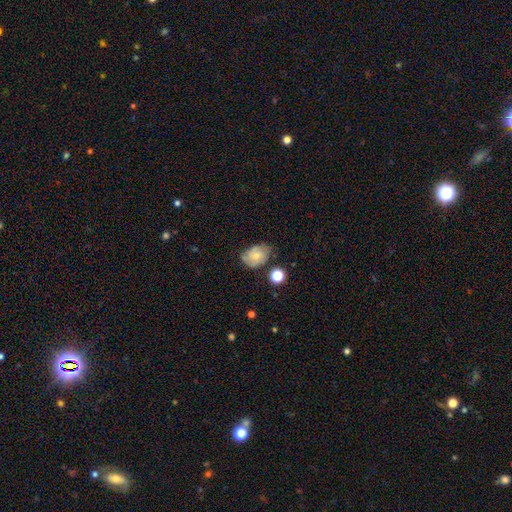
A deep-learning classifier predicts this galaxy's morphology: Smooth or featured? Predicted: smooth (p=0.52). How rounded? Predicted: in between (p=0.68). Merging? Predicted: none (p=0.58).